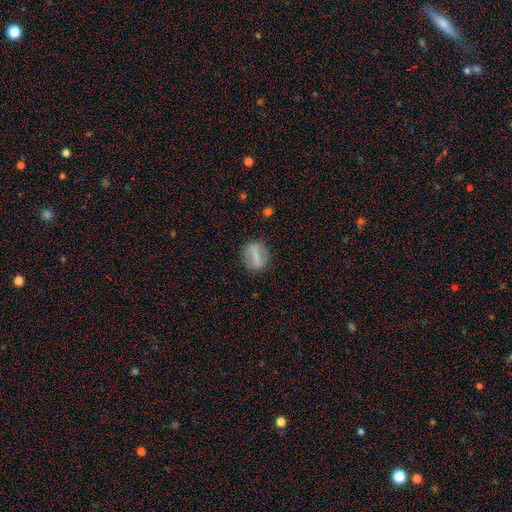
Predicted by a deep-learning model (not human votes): smooth 51%, featured or disk 40%, star or artifact 9%. Down the decision tree: how rounded — round (49%); merging — none (80%).